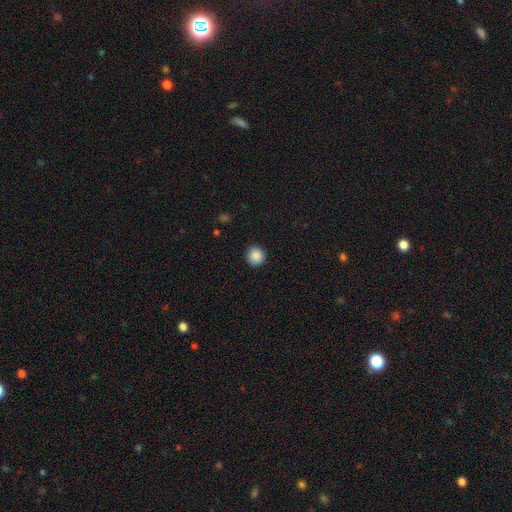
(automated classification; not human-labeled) Q: Smooth or featured?
A: smooth (87%); runner-up: star or artifact (9%)
Q: How rounded?
A: round (94%); runner-up: in between (5%)
Q: Merging?
A: none (91%); runner-up: minor disturbance (6%)